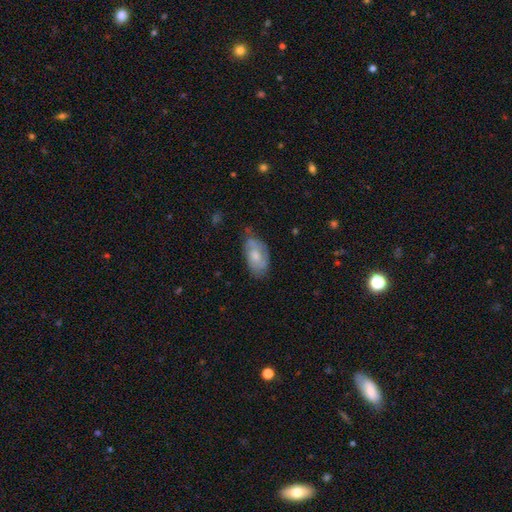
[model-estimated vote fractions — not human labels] smooth 54%, featured or disk 40%, star or artifact 7%. Down the decision tree: how rounded — in between (92%); merging — none (55%).